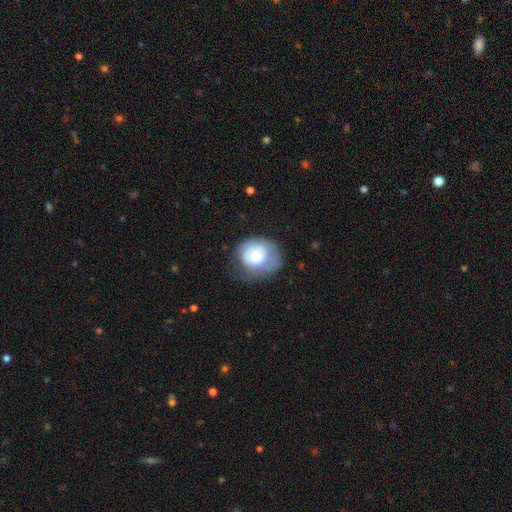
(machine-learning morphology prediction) This appears to be a smooth galaxy with no disk features (59%) that is round (70%). Merging: none (44%).